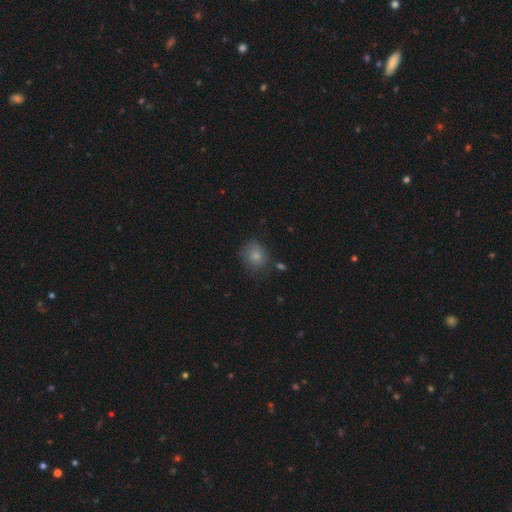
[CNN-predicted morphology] smooth 82%, star or artifact 11%, featured or disk 7%. Down the decision tree: how rounded — round (74%); merging — none (74%).